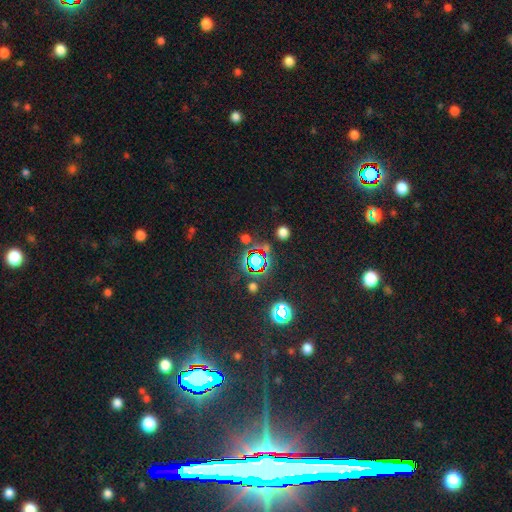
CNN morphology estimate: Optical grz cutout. It shows a star or artifact, not a galaxy (67%).